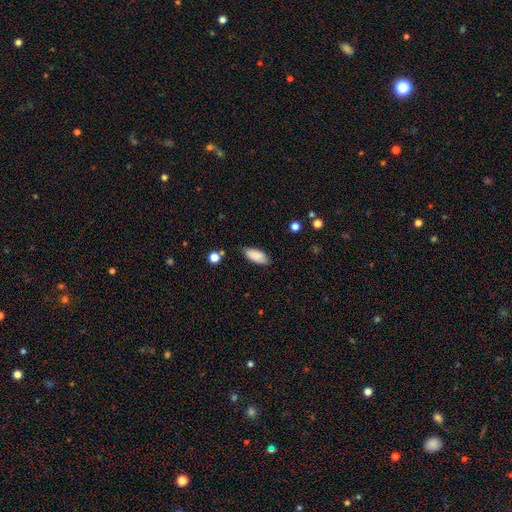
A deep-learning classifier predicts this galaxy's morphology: A smooth galaxy with no disk features (88%) that is in between round and cigar-shaped (84%). Merging: none (82%).